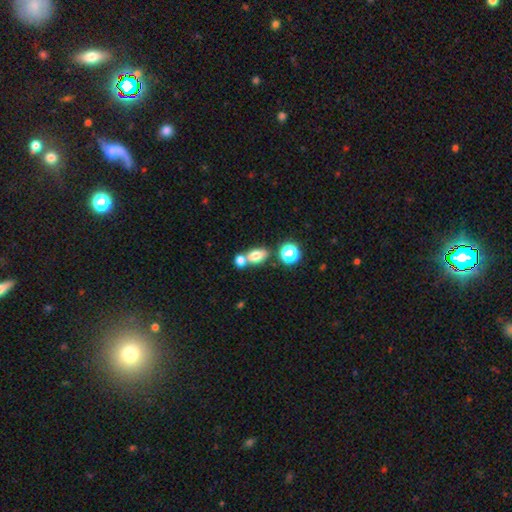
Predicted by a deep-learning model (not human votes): Overall: smooth (75%). How rounded: in between (74%). Merging: none (48%; merger 38%).